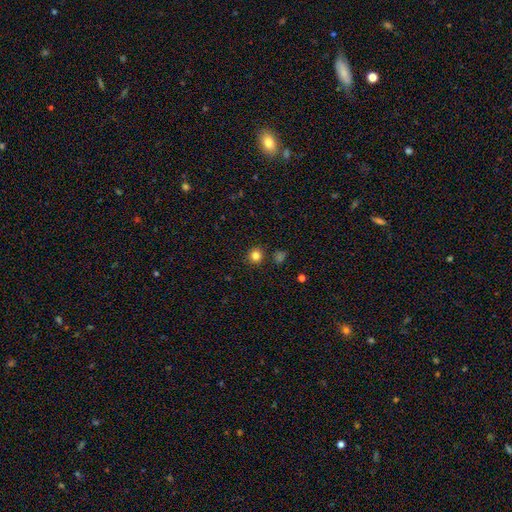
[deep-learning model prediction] This is clearly a smooth galaxy (82%). How rounded: clearly round (93%). Merging: clearly none (90%).